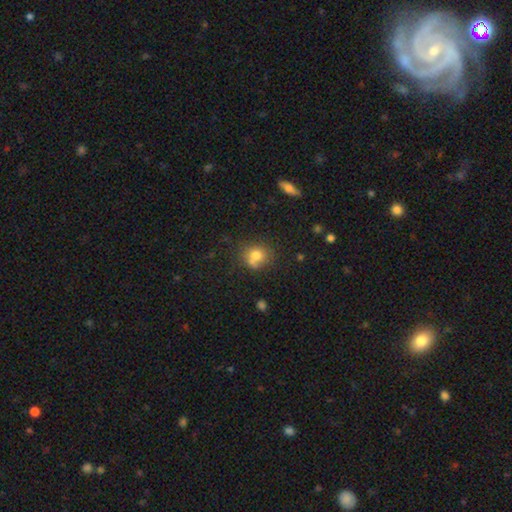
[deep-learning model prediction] smooth_or_featured: smooth (p=0.75) [alt: star or artifact p=0.13]
how_rounded: round (p=0.76) [alt: in between p=0.23]
merging: none (p=0.55) [alt: minor disturbance p=0.19]